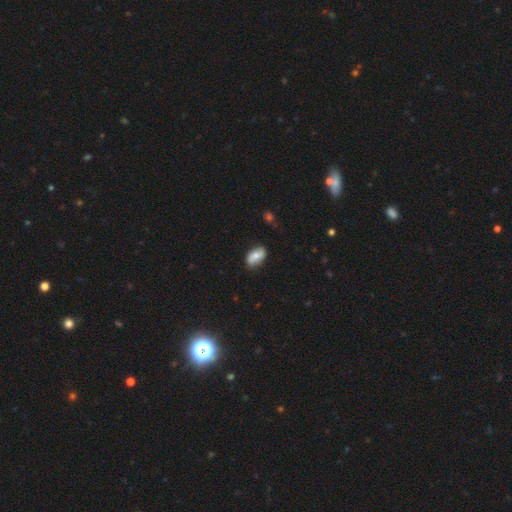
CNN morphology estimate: smooth 63%, featured or disk 30%, star or artifact 7%. Down the decision tree: how rounded — in between (92%); merging — none (78%).